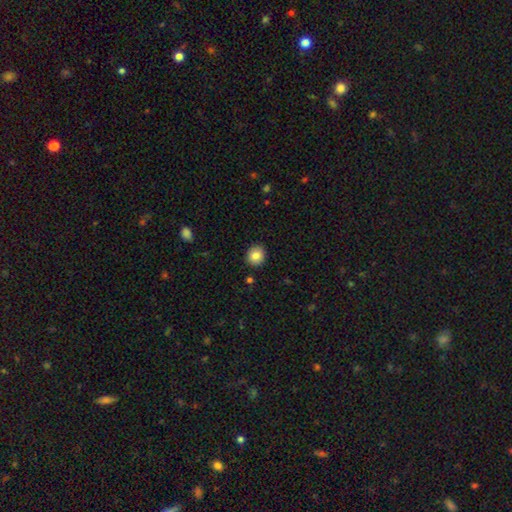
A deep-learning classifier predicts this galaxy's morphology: Smooth or featured?
  - smooth: 84% *
  - star or artifact: 9%
  - featured or disk: 7%
How rounded?
  - round: 83% *
  - in between: 16%
  - cigar-shaped: 1%
Merging?
  - none: 89% *
  - minor disturbance: 7%
  - major disturbance: 2%
  - merger: 1%